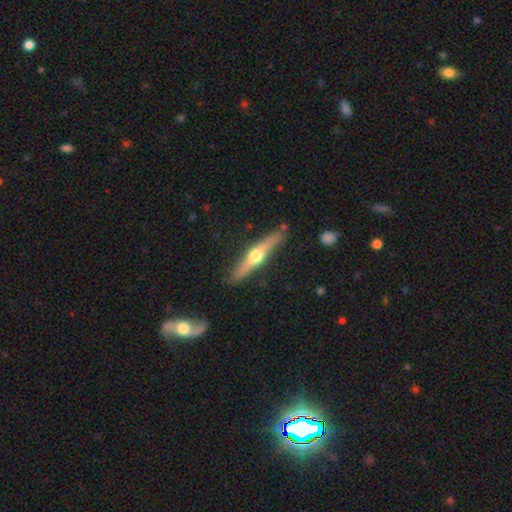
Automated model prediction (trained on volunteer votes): smooth_or_featured: featured or disk (p=0.69) [alt: smooth p=0.26]
disk_edge_on: yes (p=0.96) [alt: no p=0.04]
edge_on_bulge: rounded (p=0.95) [alt: none p=0.03]
merging: none (p=0.86) [alt: minor disturbance p=0.10]